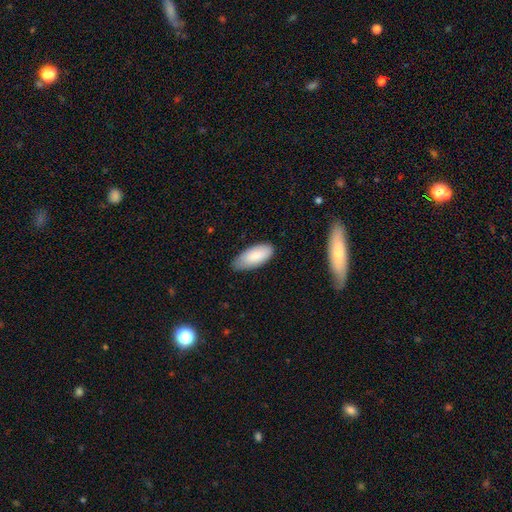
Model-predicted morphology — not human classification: Smooth or featured? Predicted: smooth (p=0.86). How rounded? Predicted: in between (p=0.89). Merging? Predicted: none (p=0.71).